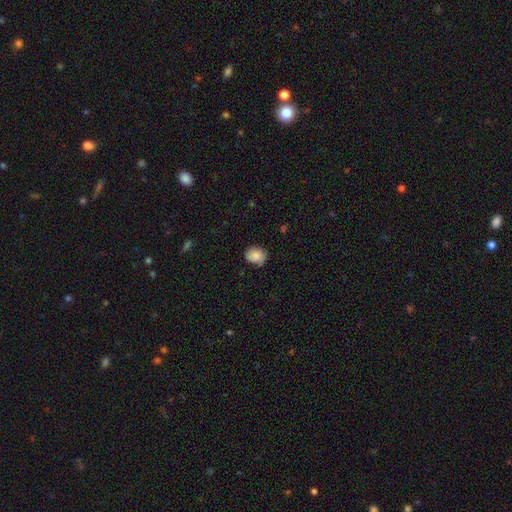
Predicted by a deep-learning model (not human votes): Smooth or featured: smooth — 86% (star or artifact — 8%)
How rounded: round — 54% (in between — 45%)
Merging: none — 77% (minor disturbance — 19%)